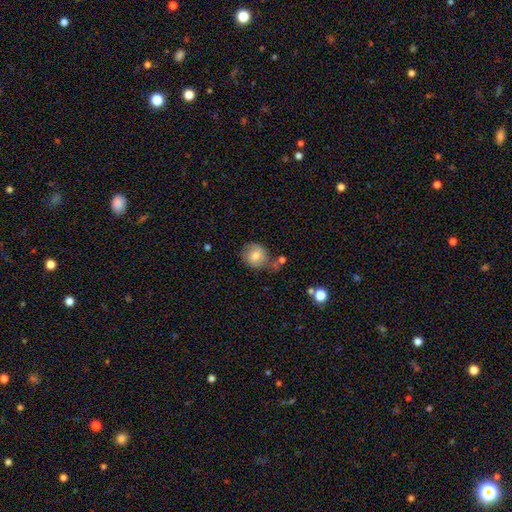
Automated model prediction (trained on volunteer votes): The model was most divided on "merging": none: 57%, minor disturbance: 22%, merger: 13%, major disturbance: 8%. More confident: how rounded — round (82%); smooth or featured — smooth (75%).